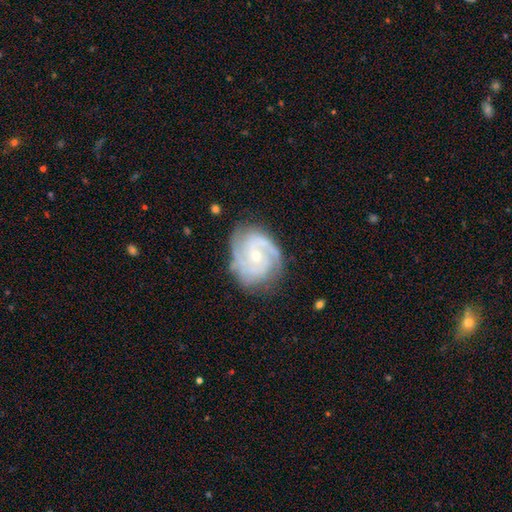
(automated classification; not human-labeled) Smooth or featured? Predicted: featured or disk (p=0.87). Edge-on disk? Predicted: no (p=0.98). Bar? Predicted: no (p=0.67). Spiral arms? Predicted: yes (p=0.97). Spiral winding? Predicted: tight (p=0.54). Spiral arm count? Predicted: 2 (p=0.42). Bulge size? Predicted: small (p=0.63). Merging? Predicted: none (p=0.73).